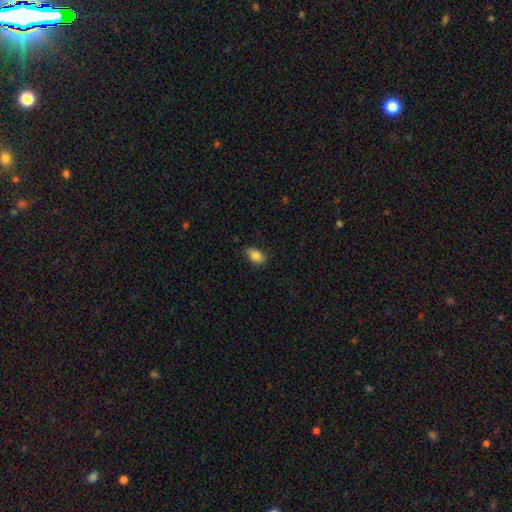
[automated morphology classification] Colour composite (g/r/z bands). It shows a smooth galaxy with no disk features (86%) that is in between round and cigar-shaped (87%). Merging: none (83%).